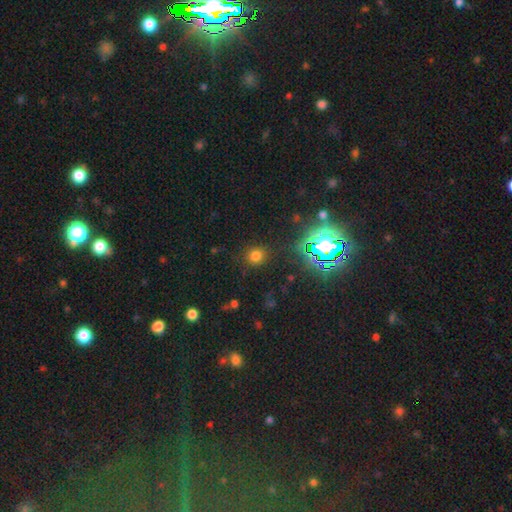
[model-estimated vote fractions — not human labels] smooth-or-featured: smooth: 70% | star or artifact: 24% | featured or disk: 6%
  how-rounded: round: 84% | in between: 14% | cigar-shaped: 1%
  merging: none: 86% | minor disturbance: 9% | major disturbance: 4% | merger: 2%